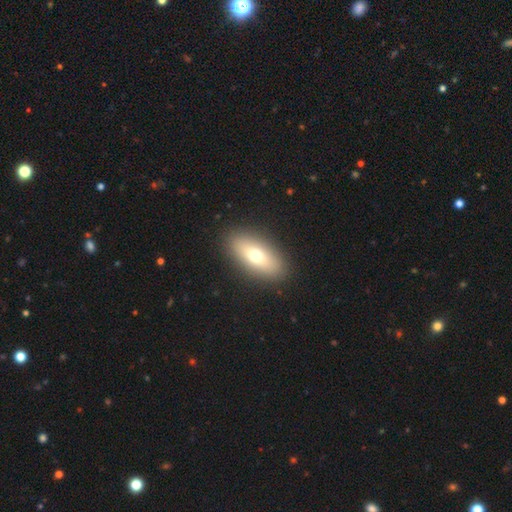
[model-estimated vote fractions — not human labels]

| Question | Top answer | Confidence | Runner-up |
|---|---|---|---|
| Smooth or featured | smooth | 69% | featured or disk (23%) |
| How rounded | in between | 82% | cigar-shaped (12%) |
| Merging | none | 90% | minor disturbance (7%) |